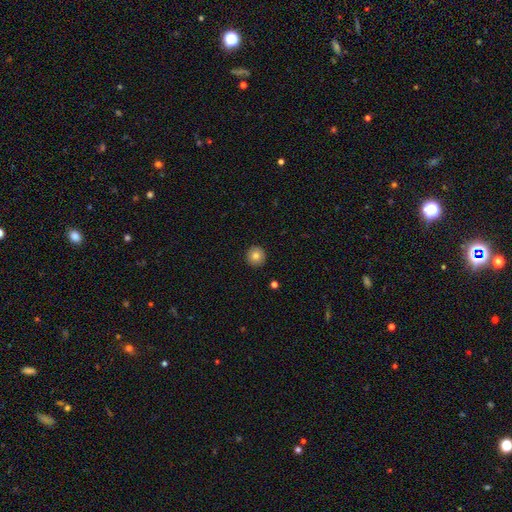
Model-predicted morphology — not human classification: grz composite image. It shows a smooth galaxy with no disk features (80%) that is round (95%). Merging: none (92%).